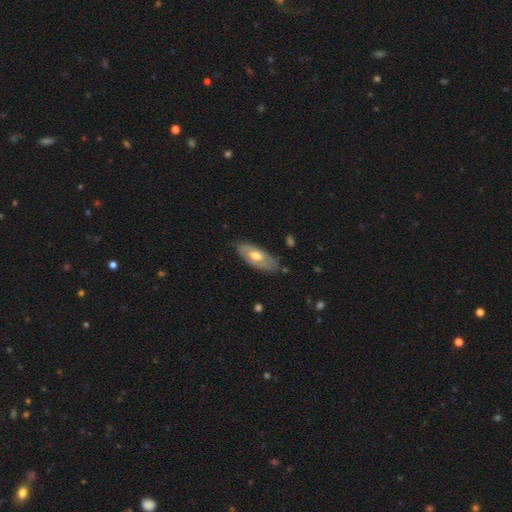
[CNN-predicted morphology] type=featured or disk (49%); merging=none (75%).